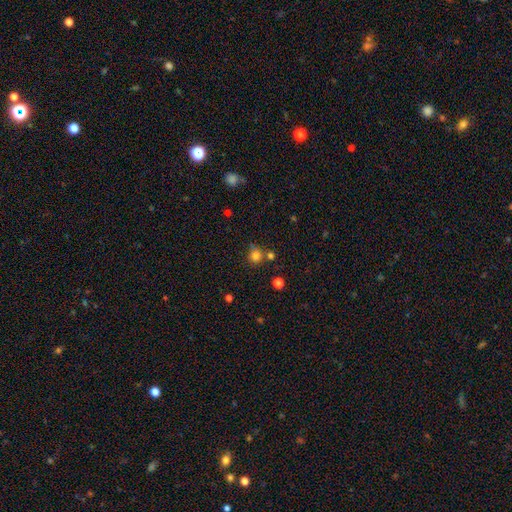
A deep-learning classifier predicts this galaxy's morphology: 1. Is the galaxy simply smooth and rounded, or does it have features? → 79% smooth, 15% star or artifact, 6% featured or disk.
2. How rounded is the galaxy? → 90% round, 9% in between, 1% cigar-shaped.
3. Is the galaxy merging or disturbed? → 67% none, 15% merger, 13% minor disturbance, 5% major disturbance.